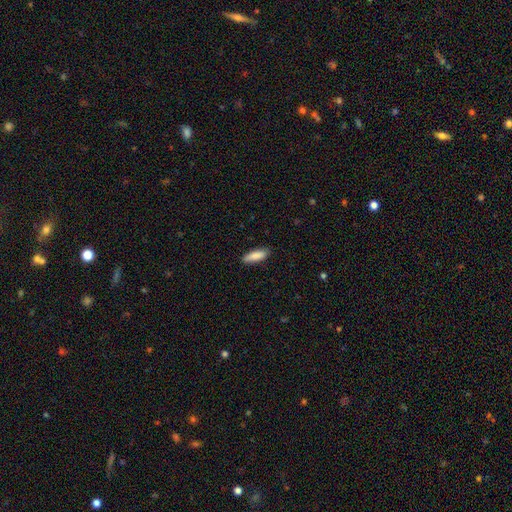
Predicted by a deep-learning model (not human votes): This appears to be a smooth galaxy with no disk features (87%) that is in between round and cigar-shaped (51%). Merging: none (87%).